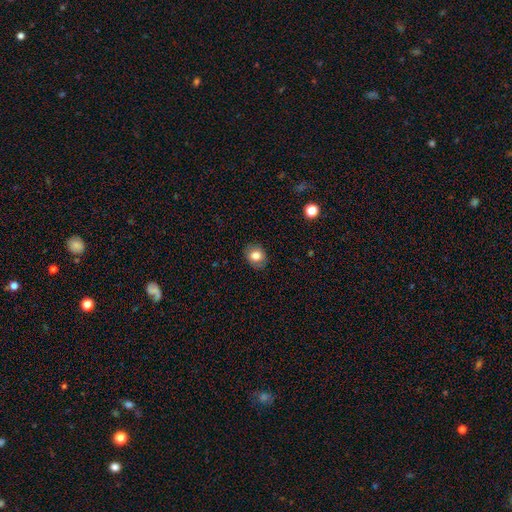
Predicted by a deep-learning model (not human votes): Morphology: type=smooth (81%); roundness=round (55%); merging=none (85%).